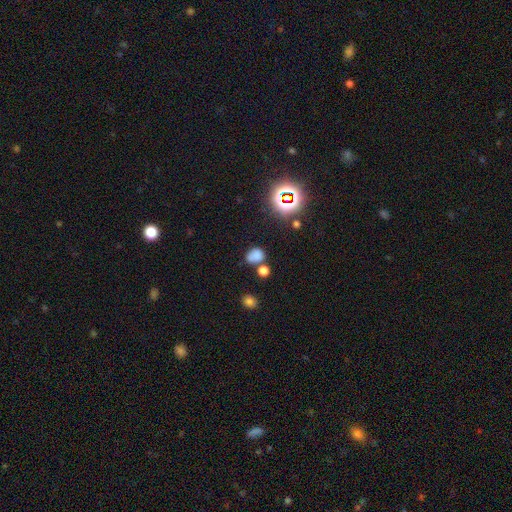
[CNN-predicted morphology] Smooth or featured? smooth (72%)
How rounded? in between (51%)
Merging? none (53%)